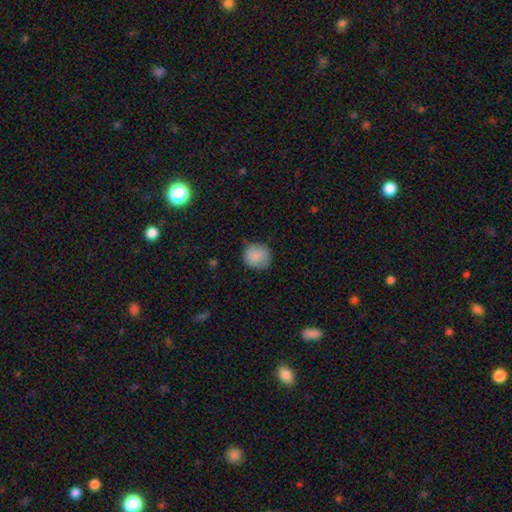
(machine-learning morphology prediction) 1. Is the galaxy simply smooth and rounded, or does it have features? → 87% smooth, 7% star or artifact, 6% featured or disk.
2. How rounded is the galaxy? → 88% round, 11% in between, 1% cigar-shaped.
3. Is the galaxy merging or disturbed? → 76% none, 19% minor disturbance, 4% major disturbance, 1% merger.